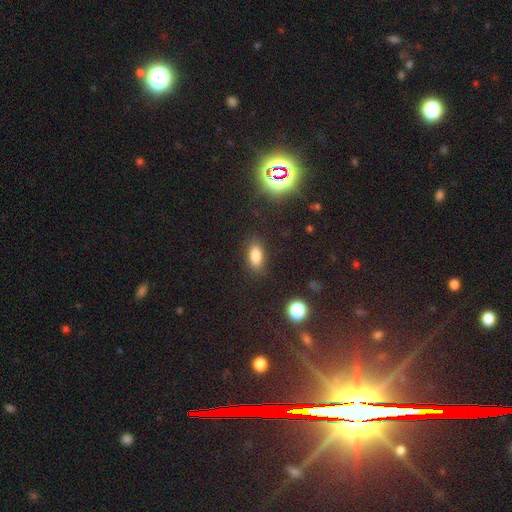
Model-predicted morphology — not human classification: Smooth or featured: smooth — 80% (star or artifact — 12%)
How rounded: in between — 83% (cigar-shaped — 11%)
Merging: none — 84% (minor disturbance — 11%)